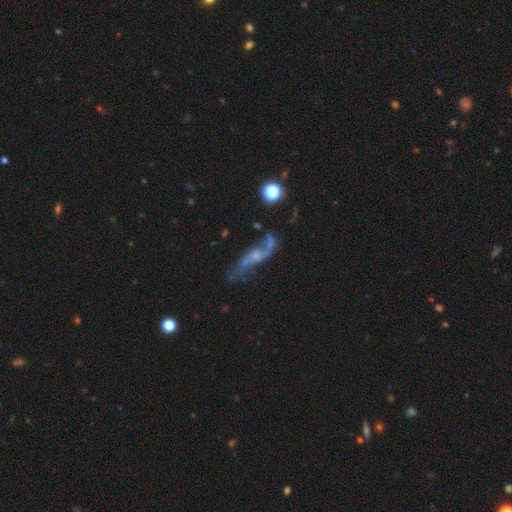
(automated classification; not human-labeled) A featured or disk galaxy (70%) with no bar (65%), spiral arms (75%) and a small central bulge (53%).

Vote fractions:
- Smooth or featured? featured or disk: 70% / smooth: 18% / star or artifact: 12%
- Edge-on disk? no: 72% / yes: 28%
- Bar? no: 65% / weak: 27% / strong: 8%
- Spiral arms? yes: 75% / no: 25%
- Bulge size? small: 53% / moderate: 26% / none: 18% / large: 2% / dominant: 2%
- Merging? none: 46% / minor disturbance: 22% / major disturbance: 20% / merger: 12%